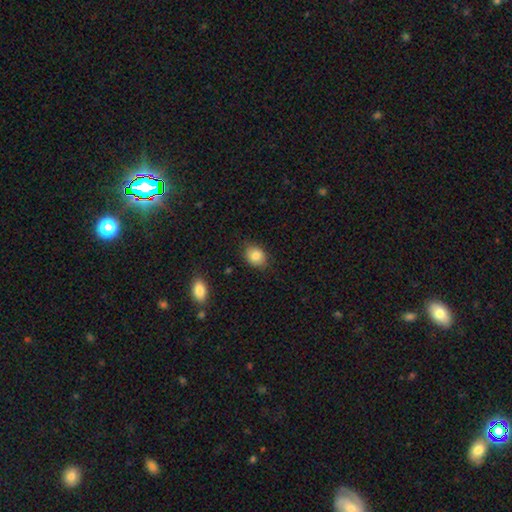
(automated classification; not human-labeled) smooth-or-featured: smooth: 84% | star or artifact: 9% | featured or disk: 8%
  how-rounded: in between: 58% | round: 41% | cigar-shaped: 1%
  merging: none: 81% | minor disturbance: 15% | major disturbance: 3% | merger: 2%